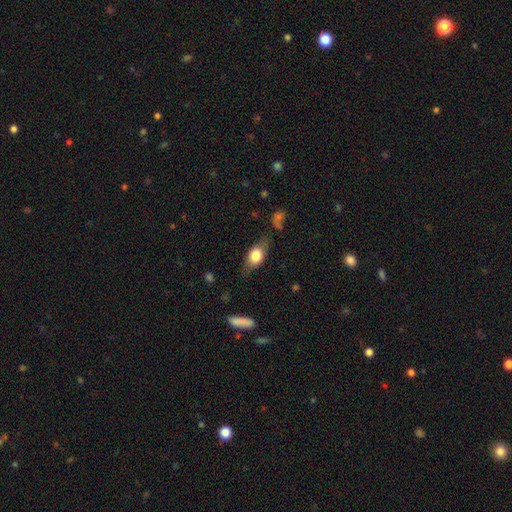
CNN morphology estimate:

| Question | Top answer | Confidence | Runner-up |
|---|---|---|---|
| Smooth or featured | smooth | 65% | featured or disk (28%) |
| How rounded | in between | 79% | cigar-shaped (11%) |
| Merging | none | 69% | minor disturbance (20%) |